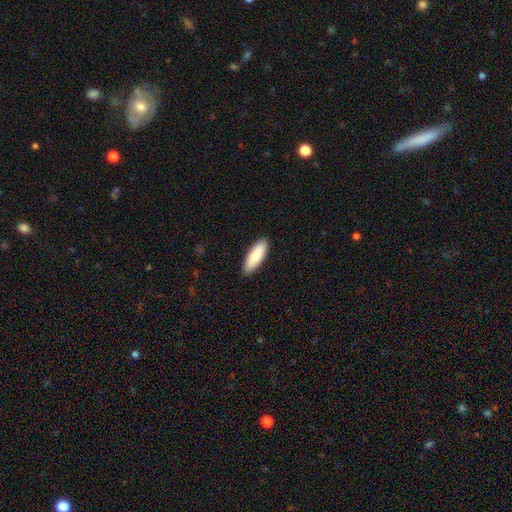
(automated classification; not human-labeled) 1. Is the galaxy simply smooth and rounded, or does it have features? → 88% smooth, 7% featured or disk, 5% star or artifact.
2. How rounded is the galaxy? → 63% in between, 36% cigar-shaped, 1% round.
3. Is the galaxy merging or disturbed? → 90% none, 8% minor disturbance, 1% major disturbance, 1% merger.